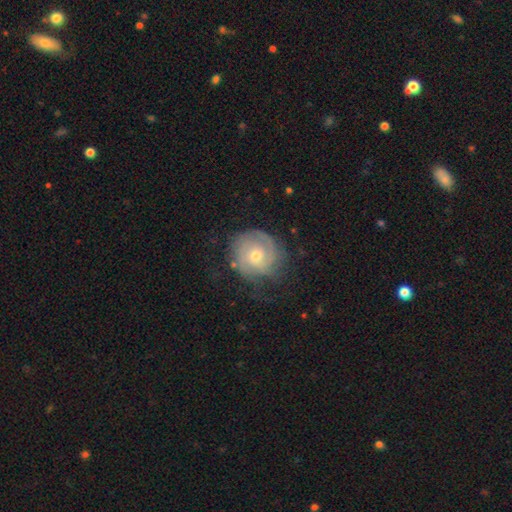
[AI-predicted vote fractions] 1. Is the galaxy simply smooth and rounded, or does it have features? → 78% featured or disk, 16% smooth, 6% star or artifact.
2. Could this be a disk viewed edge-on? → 97% no, 3% yes.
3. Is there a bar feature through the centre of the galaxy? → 72% no, 24% weak, 4% strong.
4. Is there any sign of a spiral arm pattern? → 94% yes, 6% no.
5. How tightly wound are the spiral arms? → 70% tight, 24% medium, 7% loose.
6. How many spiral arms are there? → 40% 2, 29% can't tell, 16% 3, 7% 1, 4% 4, 4% more than 4.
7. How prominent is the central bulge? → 49% small, 47% moderate, 2% large, 1% none, 1% dominant.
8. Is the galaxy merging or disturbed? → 71% none, 19% minor disturbance, 8% major disturbance, 1% merger.